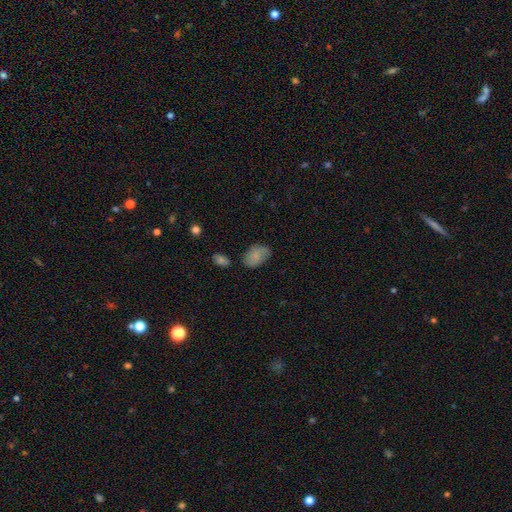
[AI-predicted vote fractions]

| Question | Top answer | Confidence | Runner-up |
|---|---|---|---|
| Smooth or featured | smooth | 81% | featured or disk (11%) |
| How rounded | in between | 89% | round (9%) |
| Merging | none | 66% | minor disturbance (23%) |